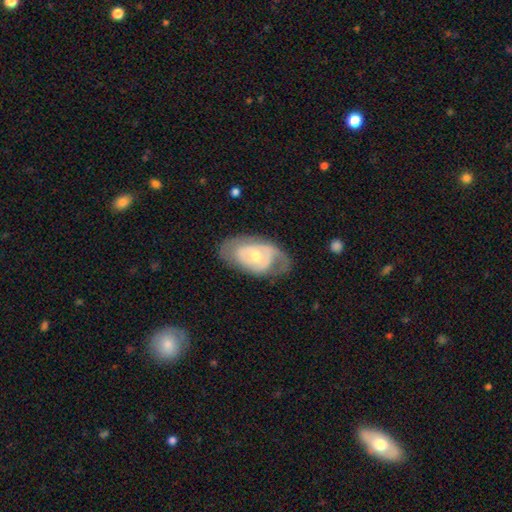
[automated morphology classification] smooth_or_featured: featured or disk (p=0.71) [alt: smooth p=0.23]
disk_edge_on: no (p=0.93) [alt: yes p=0.07]
bar: no (p=0.71) [alt: weak p=0.23]
has_spiral_arms: yes (p=0.67) [alt: no p=0.33]
bulge_size: moderate (p=0.57) [alt: small p=0.38]
merging: none (p=0.57) [alt: minor disturbance p=0.26]